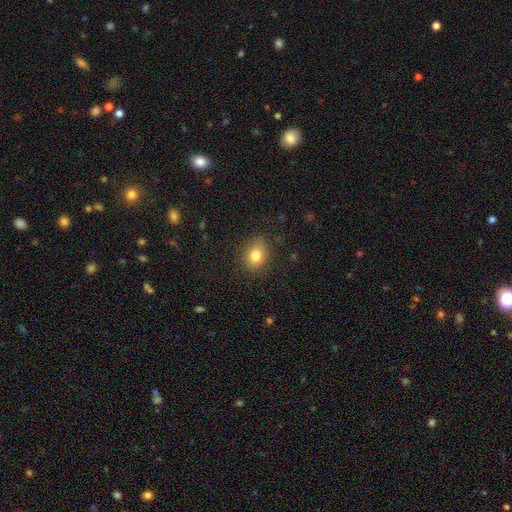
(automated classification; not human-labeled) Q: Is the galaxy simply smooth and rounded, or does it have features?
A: smooth — 81%.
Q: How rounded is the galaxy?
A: in between — 55%.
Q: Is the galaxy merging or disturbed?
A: none — 84%.